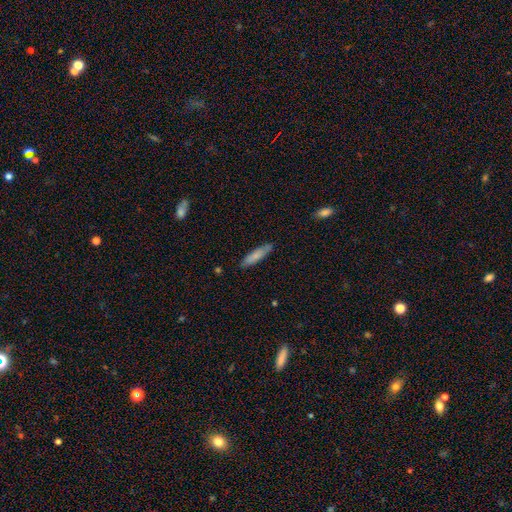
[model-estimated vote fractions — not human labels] The model was most divided on "how rounded": cigar-shaped: 77%, in between: 21%, round: 1%. More confident: merging — none (84%); smooth or featured — smooth (78%).